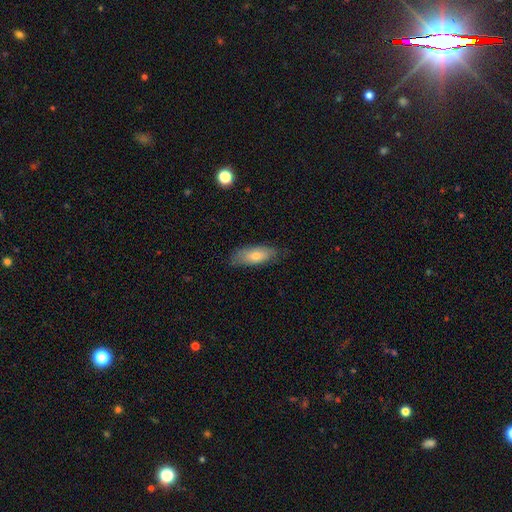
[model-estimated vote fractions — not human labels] Smooth or featured?
  - smooth: 71% *
  - featured or disk: 23%
  - star or artifact: 7%
How rounded?
  - in between: 73% *
  - cigar-shaped: 25%
  - round: 2%
Merging?
  - none: 76% *
  - minor disturbance: 19%
  - major disturbance: 4%
  - merger: 1%